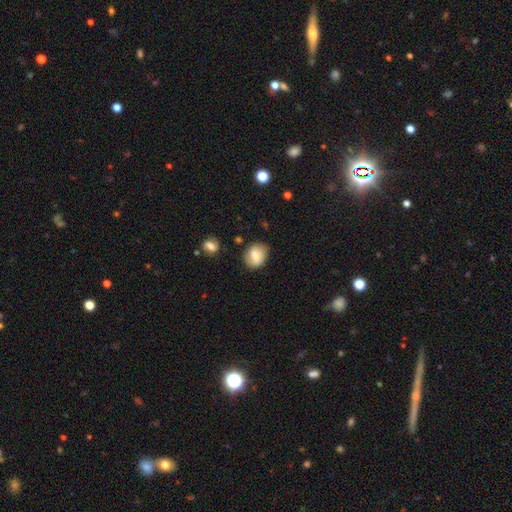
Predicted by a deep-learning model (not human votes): Smooth or featured?
  - smooth: 69% *
  - featured or disk: 23%
  - star or artifact: 8%
How rounded?
  - round: 57% *
  - in between: 42%
  - cigar-shaped: 1%
Merging?
  - none: 73% *
  - minor disturbance: 19%
  - major disturbance: 5%
  - merger: 3%